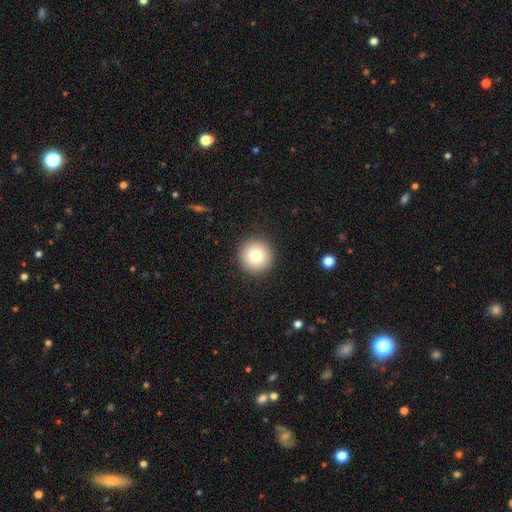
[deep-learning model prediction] smooth_or_featured: smooth (p=0.80) [alt: star or artifact p=0.10]
how_rounded: round (p=0.96) [alt: in between p=0.03]
merging: none (p=0.92) [alt: minor disturbance p=0.05]